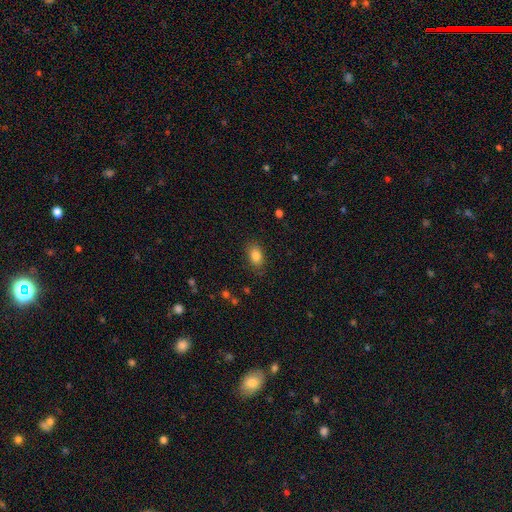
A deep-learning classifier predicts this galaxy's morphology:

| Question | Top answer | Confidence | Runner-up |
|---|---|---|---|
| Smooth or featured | smooth | 85% | star or artifact (9%) |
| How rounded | in between | 83% | round (15%) |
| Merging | none | 84% | minor disturbance (12%) |